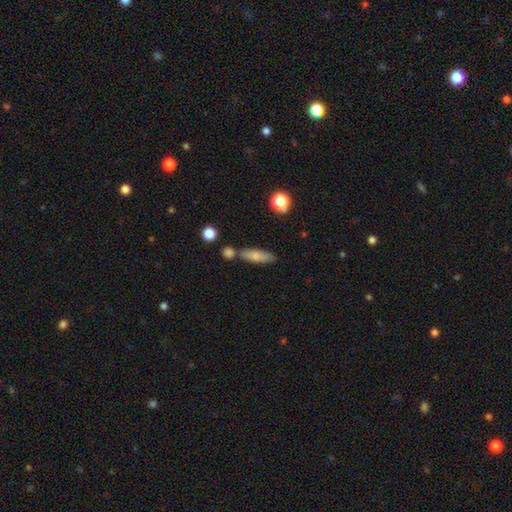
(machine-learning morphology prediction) type=smooth (76%); roundness=cigar-shaped (56%); merging=none (69%).